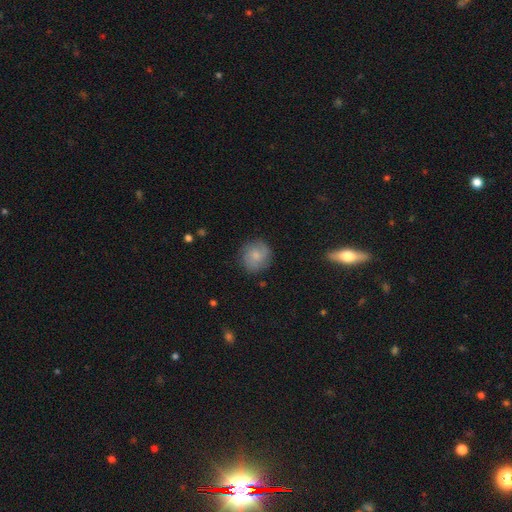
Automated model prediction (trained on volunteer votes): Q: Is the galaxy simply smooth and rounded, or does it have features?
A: smooth — 64%.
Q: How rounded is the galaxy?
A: round — 89%.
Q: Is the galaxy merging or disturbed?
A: none — 83%.